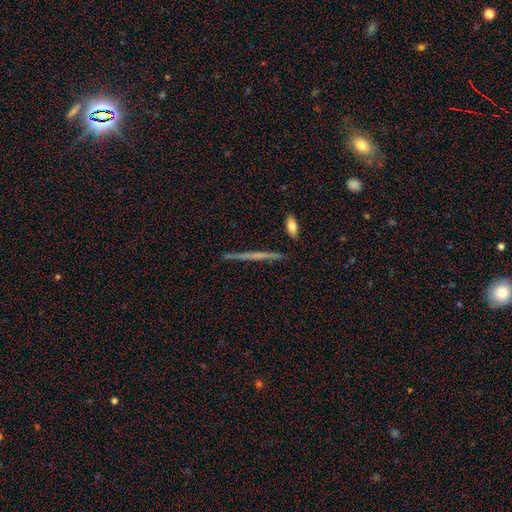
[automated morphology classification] smooth-or-featured: featured or disk: 59% | smooth: 33% | star or artifact: 8%
  disk-edge-on: yes: 98% | no: 2%
    edge-on-bulge: none: 75% | rounded: 19% | boxy: 6%
  merging: none: 91% | minor disturbance: 6% | merger: 2% | major disturbance: 2%